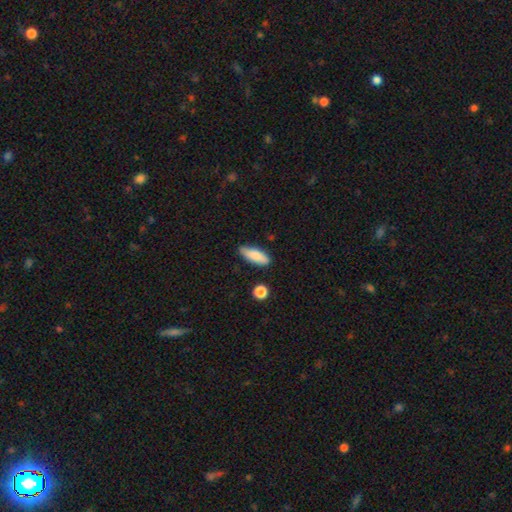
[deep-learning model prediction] A smooth galaxy with no disk features (83%) that is in between round and cigar-shaped (66%).

Vote fractions:
- Smooth or featured? smooth: 83% / featured or disk: 10% / star or artifact: 6%
- How rounded? in between: 66% / cigar-shaped: 31% / round: 2%
- Merging? none: 78% / minor disturbance: 16% / merger: 3% / major disturbance: 3%